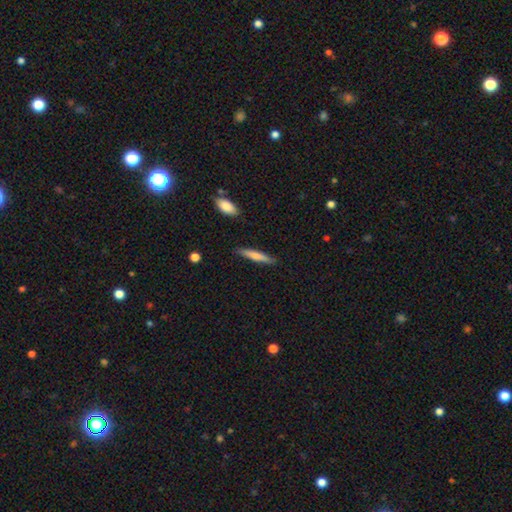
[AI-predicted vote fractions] Smooth or featured?
  - smooth: 70% *
  - featured or disk: 25%
  - star or artifact: 6%
How rounded?
  - cigar-shaped: 90% *
  - in between: 8%
  - round: 1%
Merging?
  - none: 88% *
  - minor disturbance: 9%
  - major disturbance: 2%
  - merger: 2%